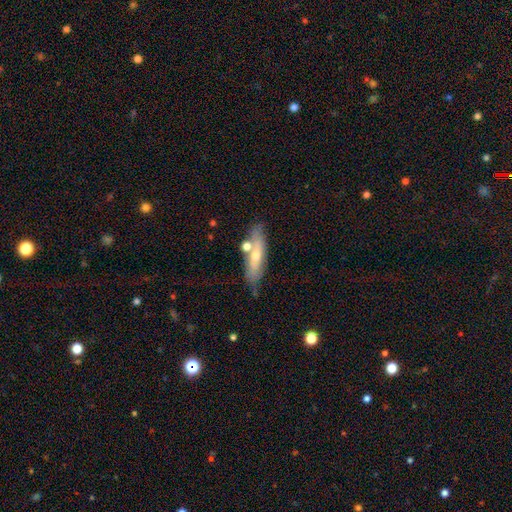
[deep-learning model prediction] A smooth galaxy with no disk features (47%). Merging: none (66%).